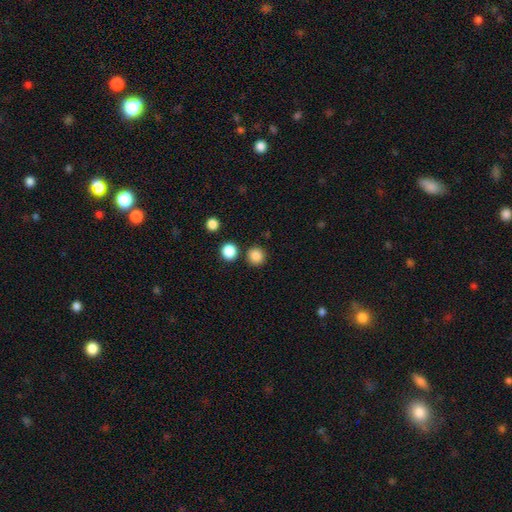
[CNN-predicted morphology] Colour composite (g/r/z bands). It shows a smooth galaxy with no disk features (85%) that is round (92%). Merging: none (85%).